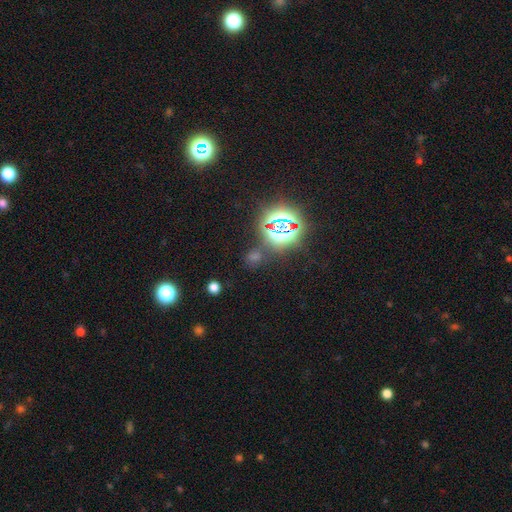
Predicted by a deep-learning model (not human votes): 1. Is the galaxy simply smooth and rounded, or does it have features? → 67% star or artifact, 25% smooth, 8% featured or disk.